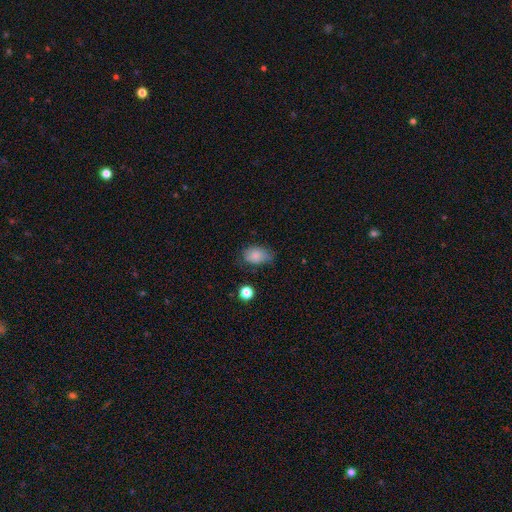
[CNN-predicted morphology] Smooth or featured? smooth (81%)
How rounded? in between (81%)
Merging? none (58%)